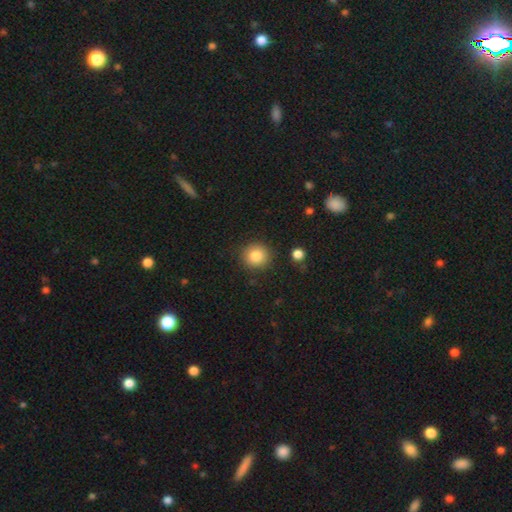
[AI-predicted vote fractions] The model was most divided on "smooth or featured": smooth: 84%, star or artifact: 10%, featured or disk: 6%. More confident: how rounded — round (90%); merging — none (88%).